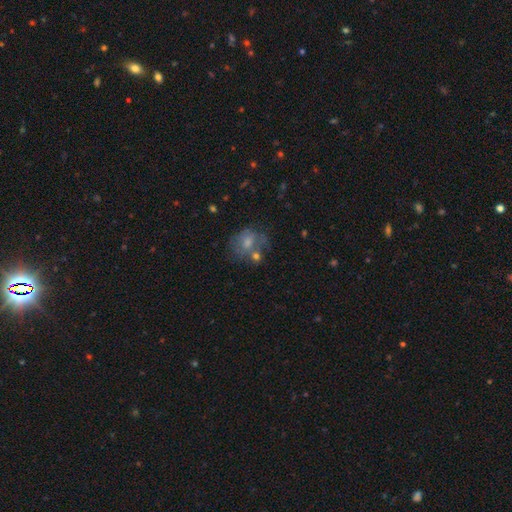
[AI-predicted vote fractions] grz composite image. It shows a smooth galaxy with no disk features (41%). Merging: none (63%).